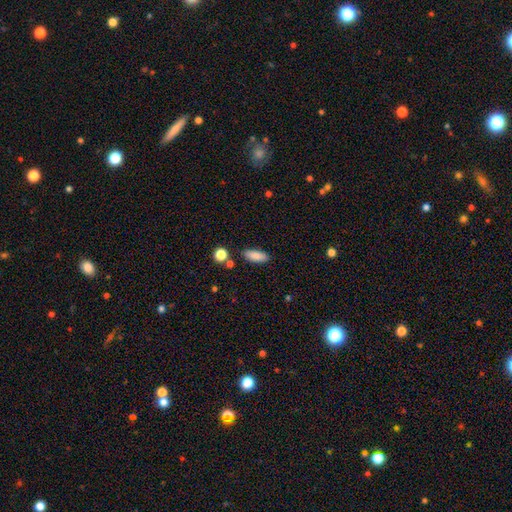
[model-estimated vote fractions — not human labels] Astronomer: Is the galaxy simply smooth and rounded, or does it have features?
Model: smooth — 86%.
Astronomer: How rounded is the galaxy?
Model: in between — 76%.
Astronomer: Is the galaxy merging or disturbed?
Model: none — 83%.